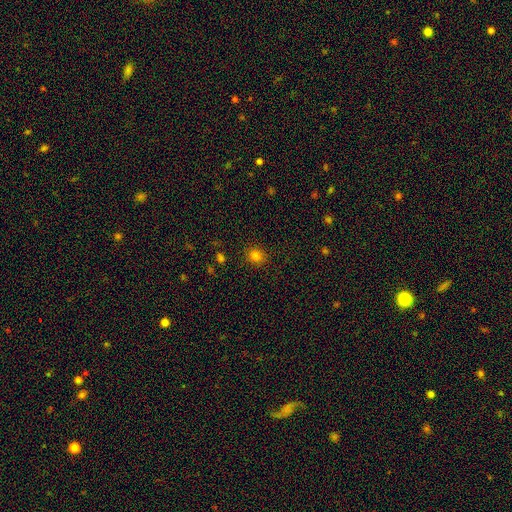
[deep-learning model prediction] This is clearly a smooth galaxy (81%). How rounded: clearly round (83%). Merging: clearly none (90%).